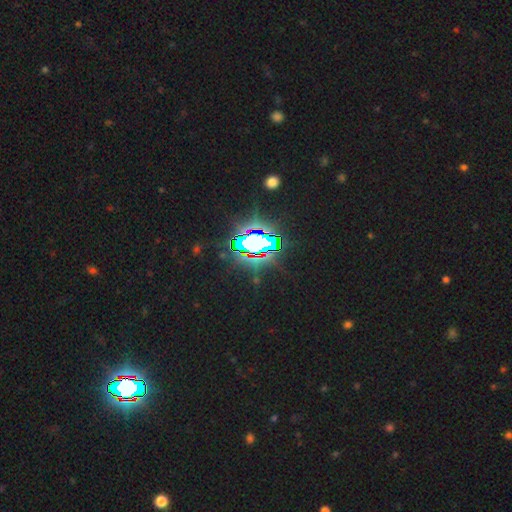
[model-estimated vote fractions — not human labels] This is clearly a star or artifact rather than a galaxy (84%).